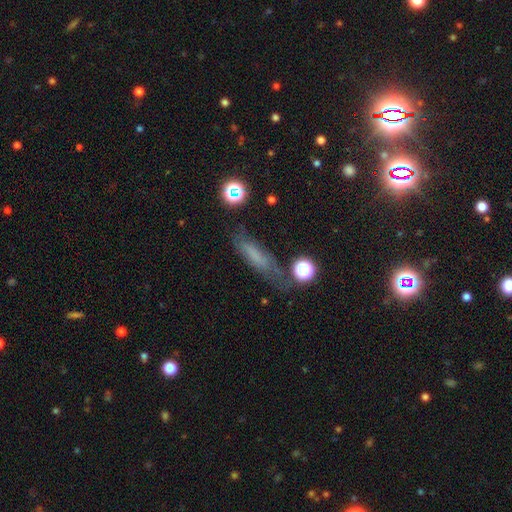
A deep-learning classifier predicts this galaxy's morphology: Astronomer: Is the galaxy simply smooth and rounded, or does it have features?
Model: smooth — 55%.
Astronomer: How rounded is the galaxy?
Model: cigar-shaped — 62%.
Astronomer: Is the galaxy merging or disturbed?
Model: none — 60%.